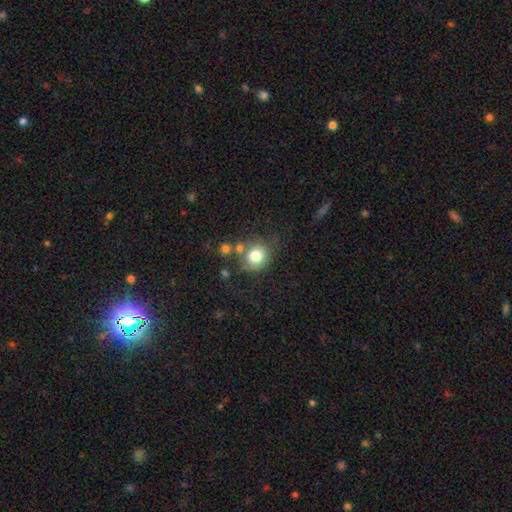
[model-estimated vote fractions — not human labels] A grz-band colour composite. It shows a smooth galaxy with no disk features (78%) that is round (79%). Merging: none (59%).